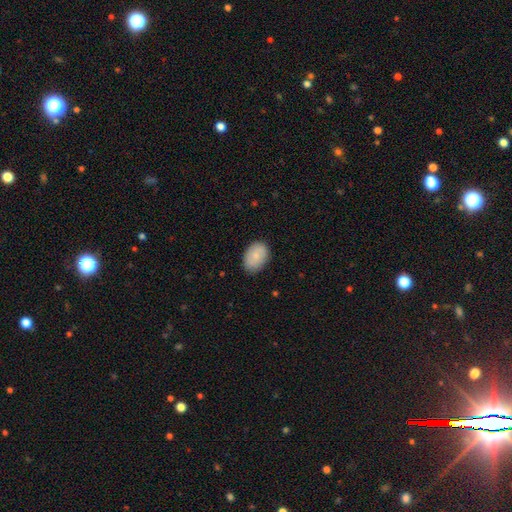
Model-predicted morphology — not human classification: This appears to be a smooth galaxy with no disk features (83%) that is in between round and cigar-shaped (84%). Merging: none (82%).